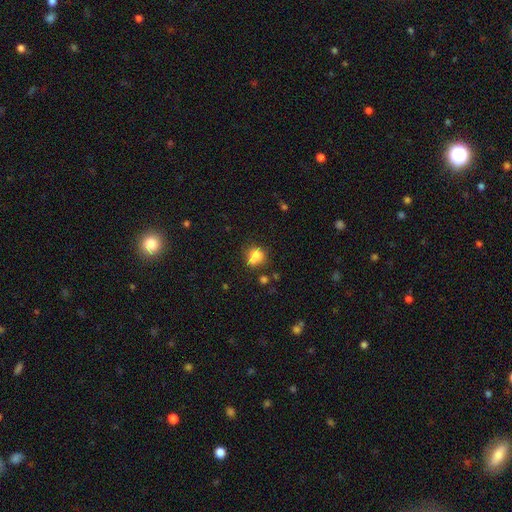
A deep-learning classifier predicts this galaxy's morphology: type=smooth (75%); roundness=round (72%); merging=none (41%).